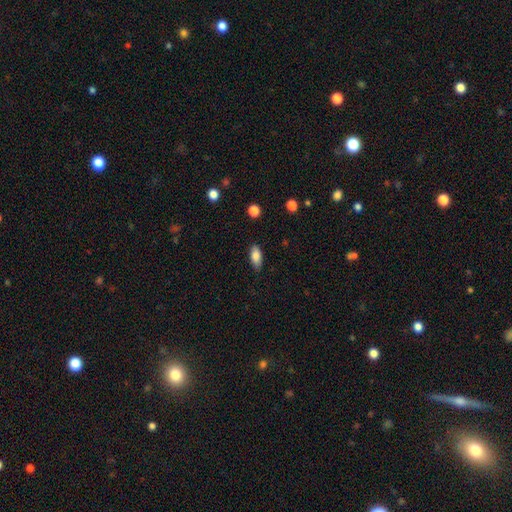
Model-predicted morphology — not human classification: Smooth or featured? Predicted: smooth (p=0.83). How rounded? Predicted: in between (p=0.84). Merging? Predicted: none (p=0.83).